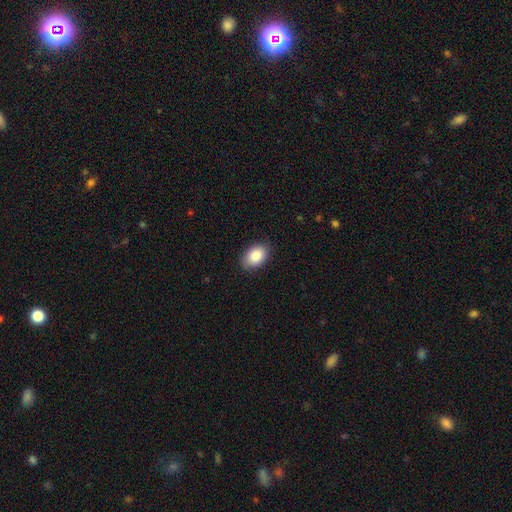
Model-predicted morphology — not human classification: A smooth galaxy with no disk features (87%) that is in between round and cigar-shaped (86%).

Vote fractions:
- Smooth or featured? smooth: 87% / star or artifact: 7% / featured or disk: 6%
- How rounded? in between: 86% / round: 13% / cigar-shaped: 1%
- Merging? none: 85% / minor disturbance: 12% / major disturbance: 2% / merger: 1%